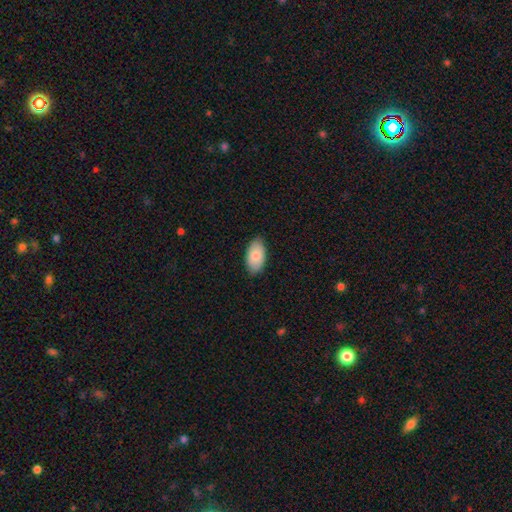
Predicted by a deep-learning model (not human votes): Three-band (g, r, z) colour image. It shows a smooth galaxy with no disk features (83%) that is in between round and cigar-shaped (95%). Merging: none (85%).